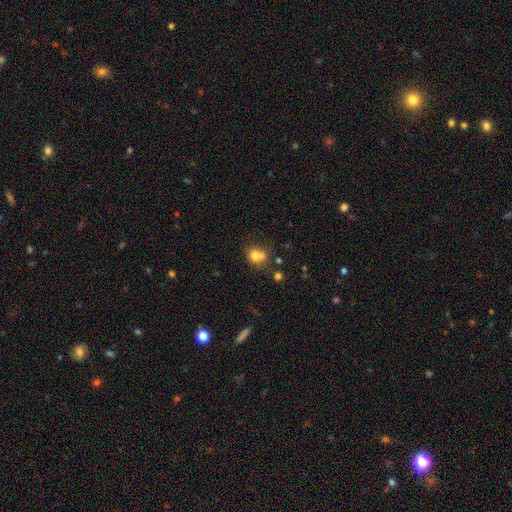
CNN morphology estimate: Smooth or featured?
  - smooth: 74% *
  - featured or disk: 14%
  - star or artifact: 13%
How rounded?
  - round: 67% *
  - in between: 32%
  - cigar-shaped: 1%
Merging?
  - none: 43% *
  - merger: 33%
  - minor disturbance: 16%
  - major disturbance: 7%